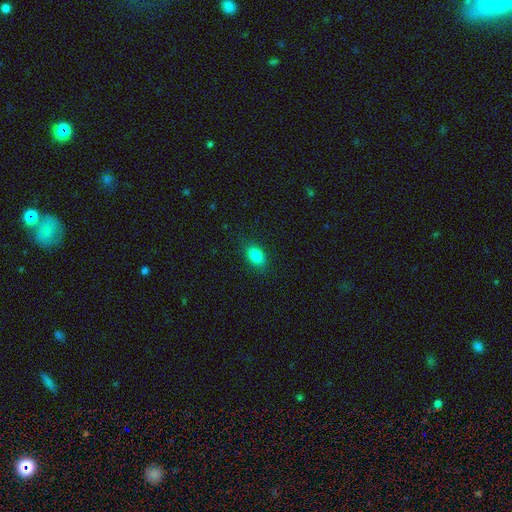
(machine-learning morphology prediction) Overall: smooth (84%). How rounded: in between (81%). Merging: none (85%).